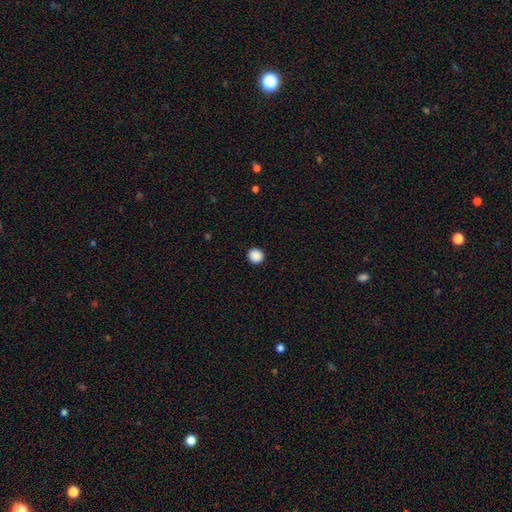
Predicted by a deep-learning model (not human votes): A smooth galaxy with no disk features (89%) that is round (92%).

Vote fractions:
- Smooth or featured? smooth: 89% / star or artifact: 9% / featured or disk: 2%
- How rounded? round: 92% / in between: 7% / cigar-shaped: 1%
- Merging? none: 93% / minor disturbance: 4% / major disturbance: 2% / merger: 1%